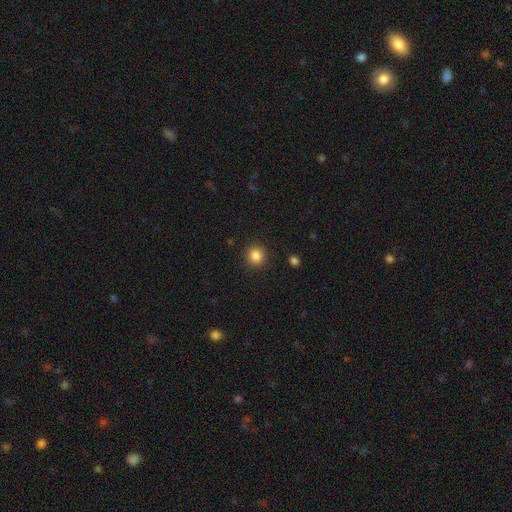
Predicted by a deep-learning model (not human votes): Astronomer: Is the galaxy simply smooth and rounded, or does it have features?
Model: smooth — 85%.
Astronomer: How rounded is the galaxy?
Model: round — 90%.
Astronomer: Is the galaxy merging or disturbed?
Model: none — 91%.